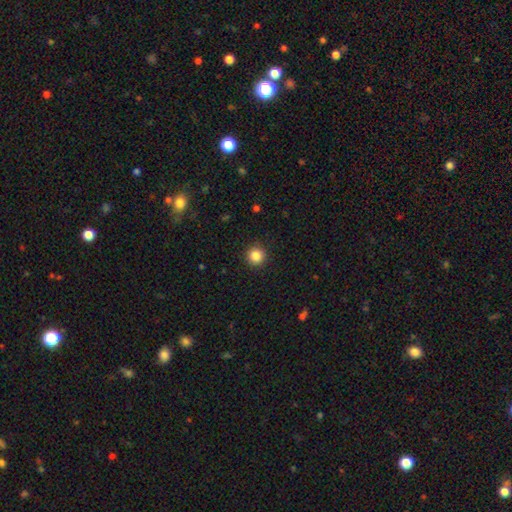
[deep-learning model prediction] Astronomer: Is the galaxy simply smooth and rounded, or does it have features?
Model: smooth — 86%.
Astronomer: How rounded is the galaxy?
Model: round — 96%.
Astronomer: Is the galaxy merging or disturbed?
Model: none — 92%.